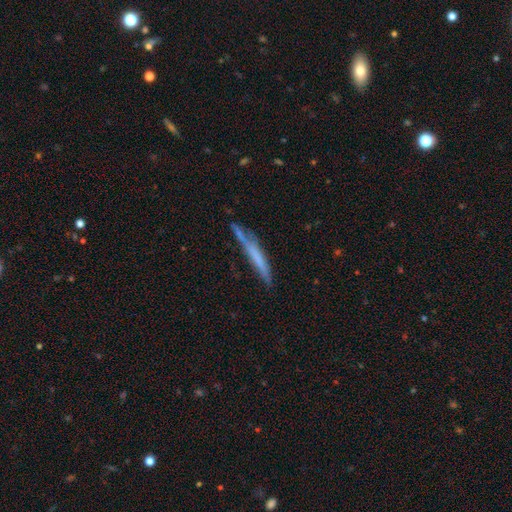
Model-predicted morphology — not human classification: This appears to be a smooth galaxy with no disk features (49%). Merging: none (70%).